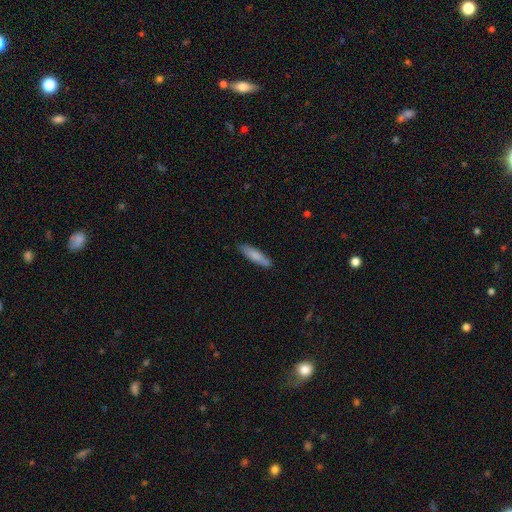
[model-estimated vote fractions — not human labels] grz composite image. It shows a smooth galaxy with no disk features (82%) that is cigar-shaped (74%). Merging: none (85%).